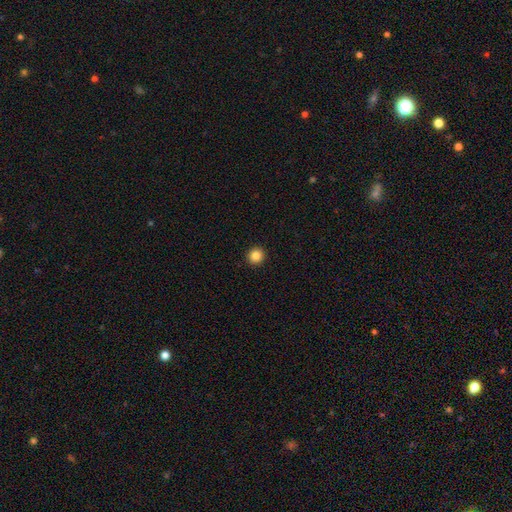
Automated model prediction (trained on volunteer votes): This appears to be a smooth galaxy with no disk features (85%) that is round (93%). Merging: none (93%).